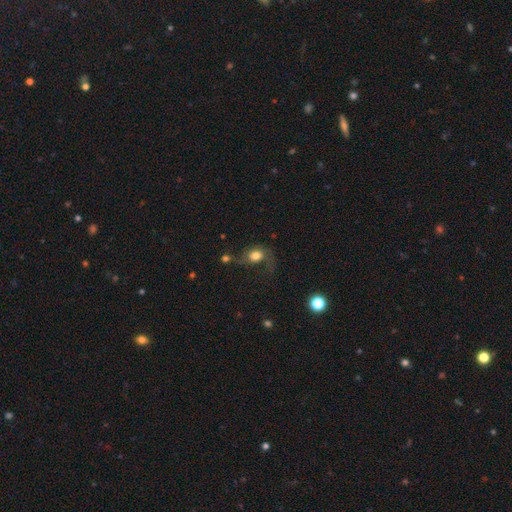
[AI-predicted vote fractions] Smooth or featured: smooth — 58% (featured or disk — 31%)
How rounded: round — 54% (in between — 44%)
Merging: none — 36% (tied with major disturbance — 36%)